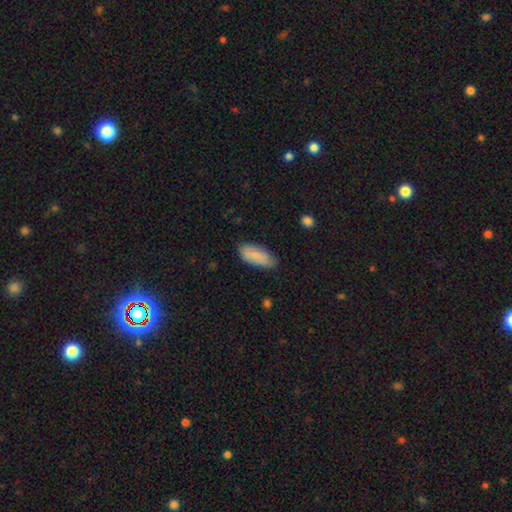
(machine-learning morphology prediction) Q: Smooth or featured?
A: smooth (82%); runner-up: featured or disk (12%)
Q: How rounded?
A: in between (84%); runner-up: cigar-shaped (14%)
Q: Merging?
A: none (81%); runner-up: minor disturbance (15%)